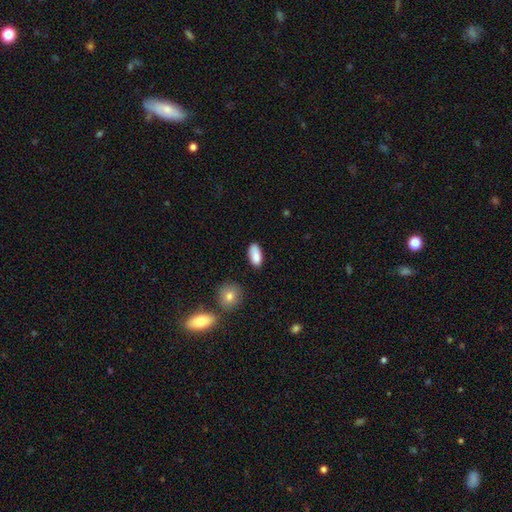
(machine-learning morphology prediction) A smooth galaxy with no disk features (86%) that is in between round and cigar-shaped (88%). Merging: none (79%).